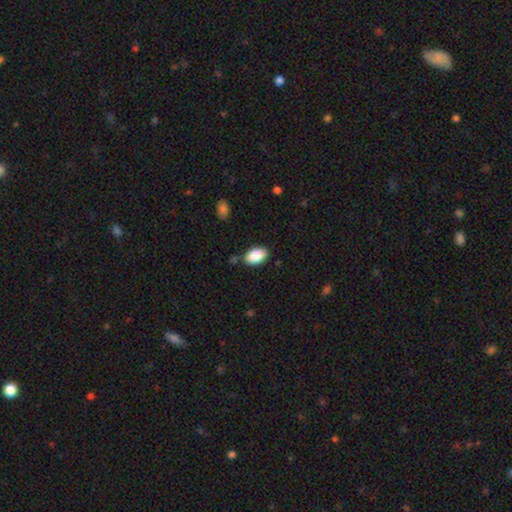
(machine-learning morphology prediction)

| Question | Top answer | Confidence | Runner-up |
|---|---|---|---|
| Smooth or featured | smooth | 88% | star or artifact (7%) |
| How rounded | in between | 94% | round (5%) |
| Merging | none | 84% | minor disturbance (11%) |